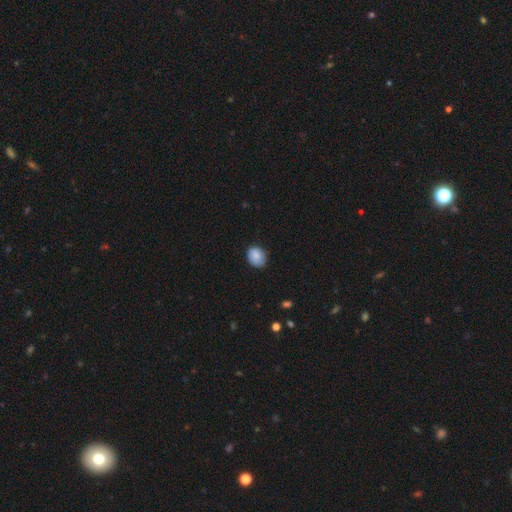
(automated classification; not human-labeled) Morphology: type=smooth (85%); roundness=in between (52%); merging=none (73%).